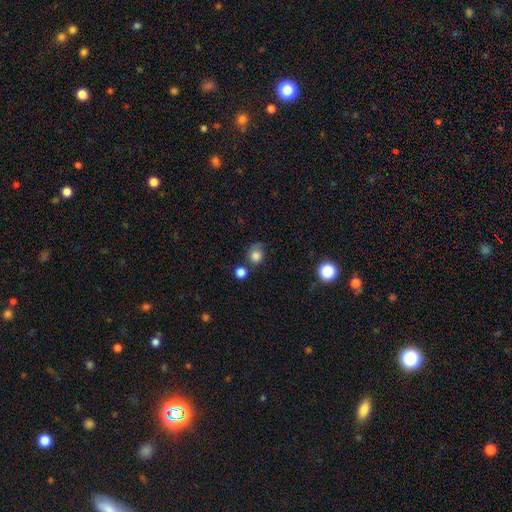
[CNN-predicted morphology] Smooth or featured: smooth — 82% (star or artifact — 12%)
How rounded: round — 70% (in between — 29%)
Merging: none — 54% (minor disturbance — 24%)